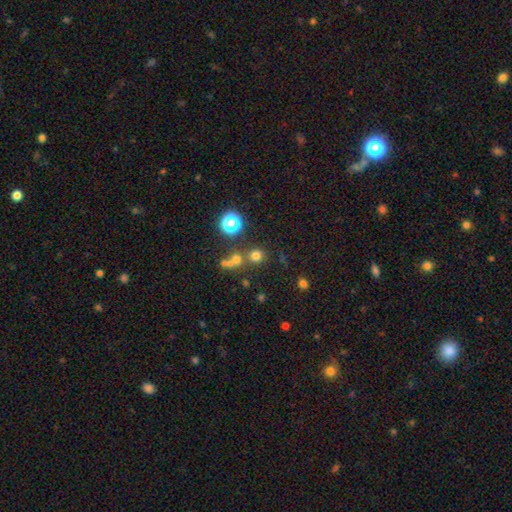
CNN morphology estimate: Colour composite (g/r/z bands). It shows a smooth galaxy with no disk features (69%) that is round (90%). Merging: none (67%).